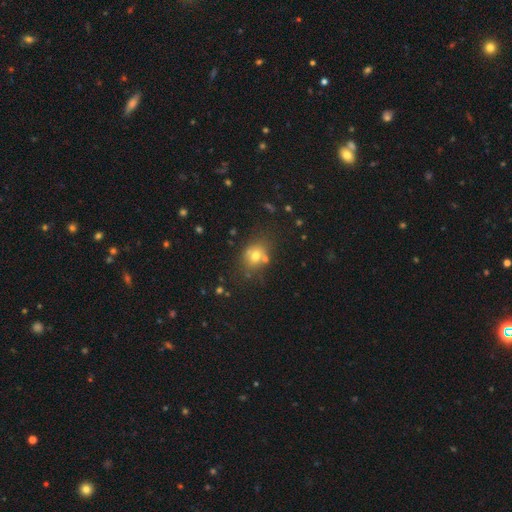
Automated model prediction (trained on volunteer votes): Morphology: type=smooth (66%); roundness=round (57%); merging=none (58%).